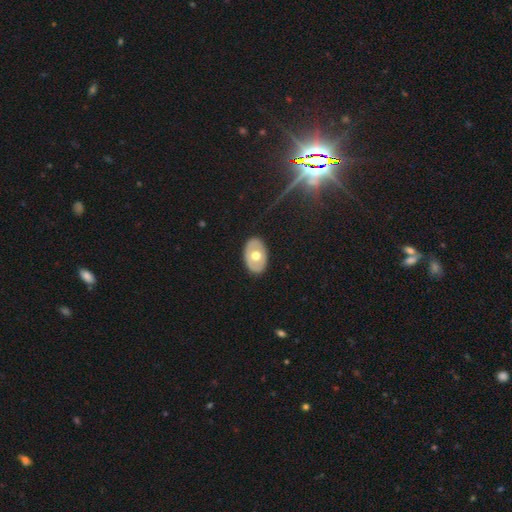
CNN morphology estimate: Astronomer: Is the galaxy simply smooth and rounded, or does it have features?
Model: smooth — 51% (runner-up: featured or disk, 43%).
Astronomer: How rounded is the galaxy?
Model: in between — 84%.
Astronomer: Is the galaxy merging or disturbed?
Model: none — 87%.